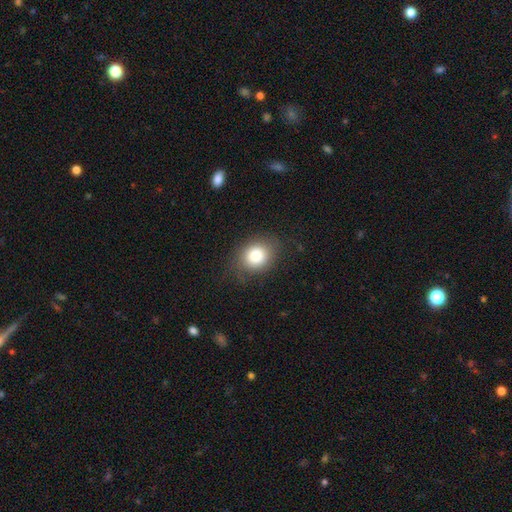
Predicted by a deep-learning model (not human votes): Overall: smooth (81%). How rounded: round (56%; in between 43%). Merging: none (78%).